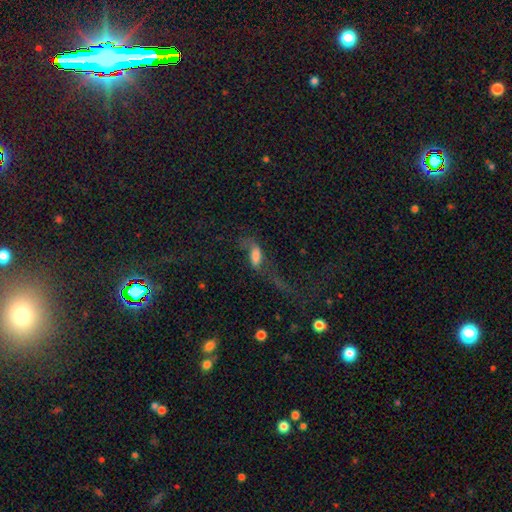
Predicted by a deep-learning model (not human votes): Morphology: type=smooth (58%); roundness=in between (73%); merging=major disturbance (48%).